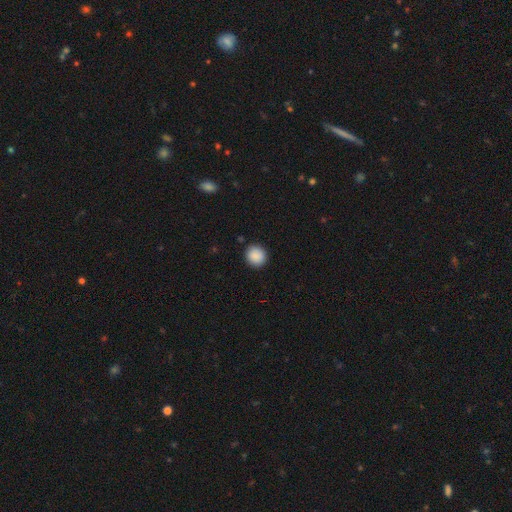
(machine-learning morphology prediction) The model was most divided on "how rounded": round: 86%, in between: 13%, cigar-shaped: 1%. More confident: merging — none (90%); smooth or featured — smooth (89%).